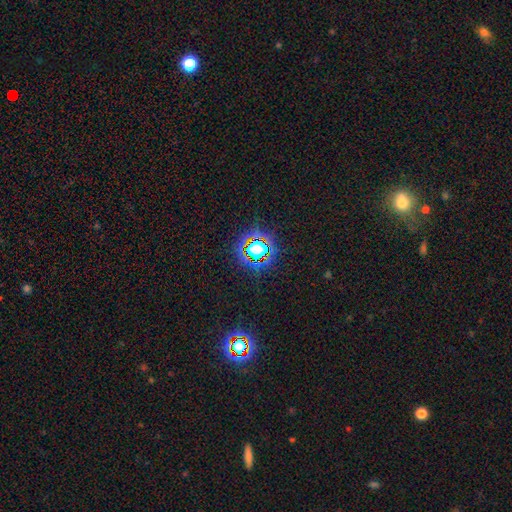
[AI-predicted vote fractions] Smooth or featured: star or artifact — 79% (smooth — 13%)